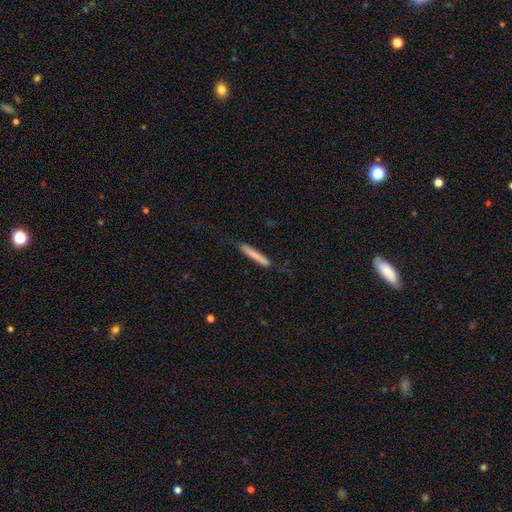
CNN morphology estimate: type=smooth (73%); roundness=cigar-shaped (95%); merging=none (77%).